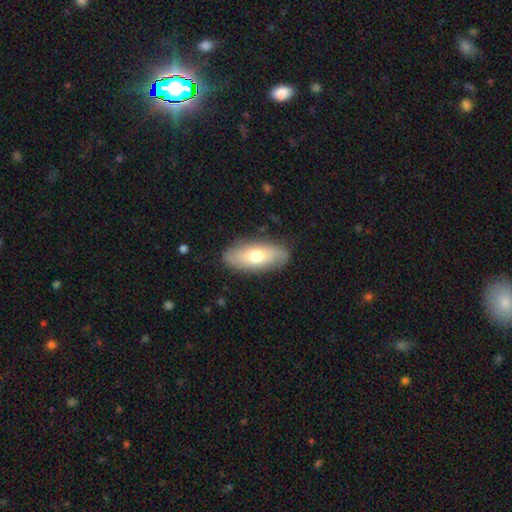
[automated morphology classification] smooth-or-featured: smooth: 64% | featured or disk: 31% | star or artifact: 6%
  how-rounded: in between: 83% | cigar-shaped: 14% | round: 3%
  merging: none: 85% | minor disturbance: 11% | major disturbance: 3% | merger: 1%